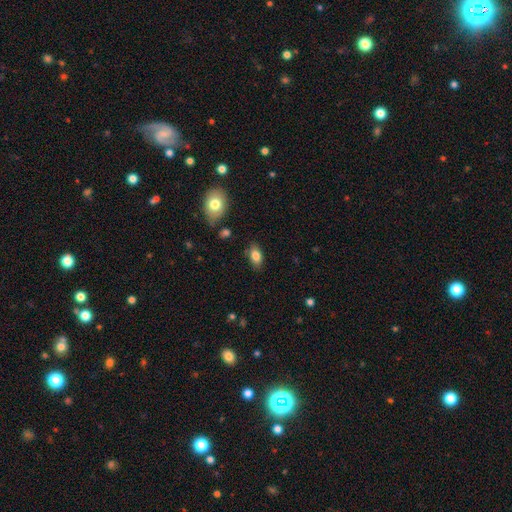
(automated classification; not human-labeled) Overall: smooth (83%). How rounded: in between (89%). Merging: none (83%).